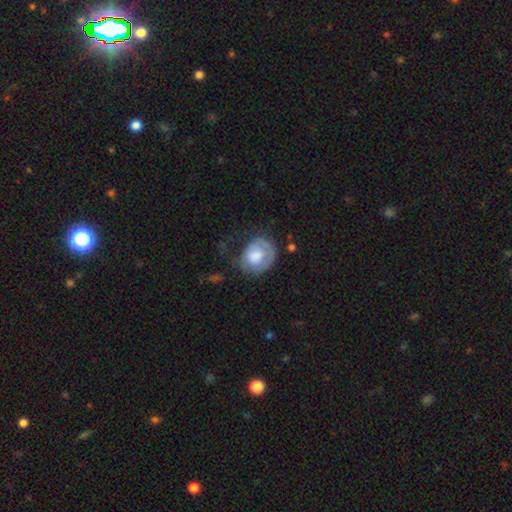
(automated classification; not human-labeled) Smooth or featured? Predicted: smooth (p=0.54). How rounded? Predicted: round (p=0.58). Merging? Predicted: none (p=0.49).